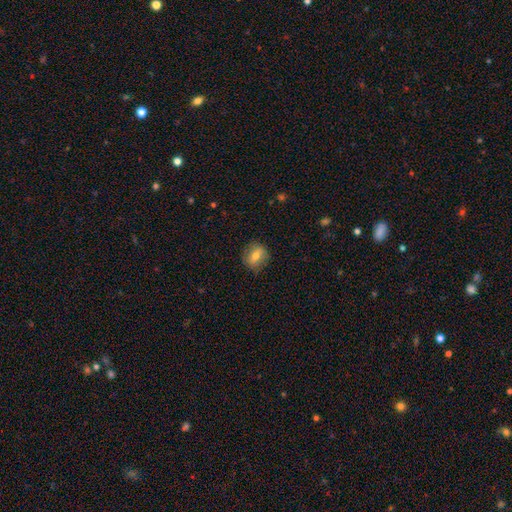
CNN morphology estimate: Q: Smooth or featured?
A: smooth (66%); runner-up: featured or disk (25%)
Q: How rounded?
A: round (67%); runner-up: in between (31%)
Q: Merging?
A: none (84%); runner-up: minor disturbance (12%)